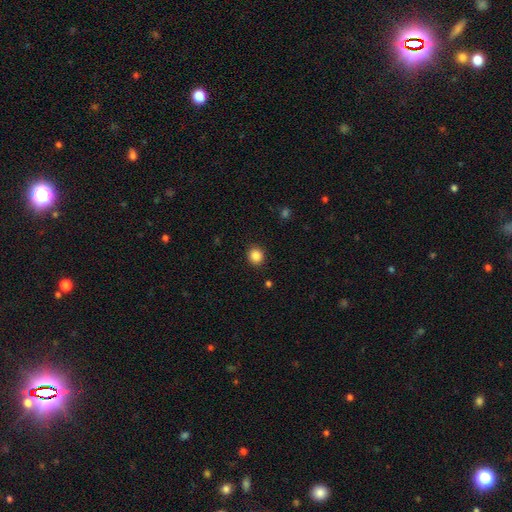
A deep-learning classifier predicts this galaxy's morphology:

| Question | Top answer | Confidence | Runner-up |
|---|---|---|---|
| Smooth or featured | smooth | 86% | star or artifact (10%) |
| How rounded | round | 84% | in between (15%) |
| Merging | none | 91% | minor disturbance (6%) |